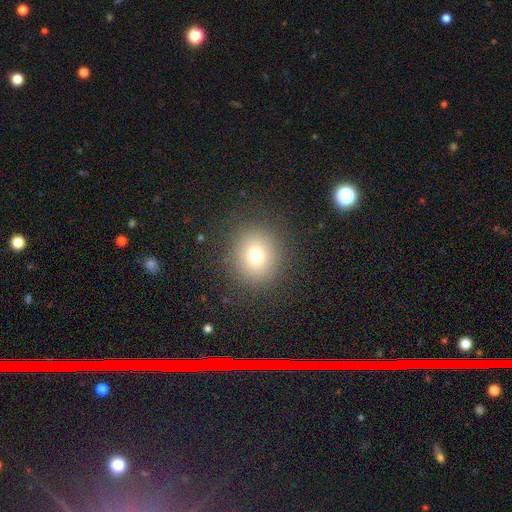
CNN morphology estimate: This is likely a smooth galaxy (74%). How rounded: clearly round (84%). Merging: clearly none (88%).